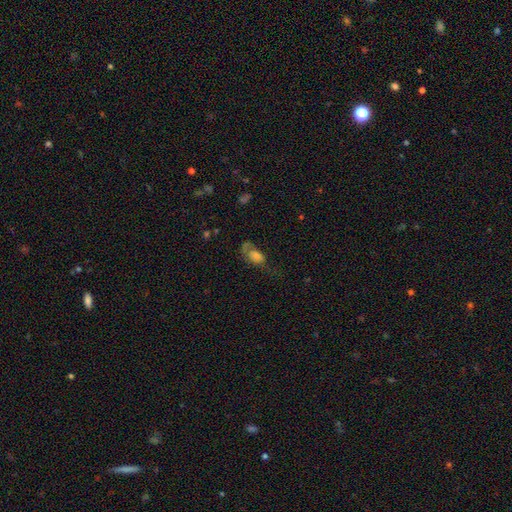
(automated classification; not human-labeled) Smooth or featured? smooth (48%)
Merging? major disturbance (43%)